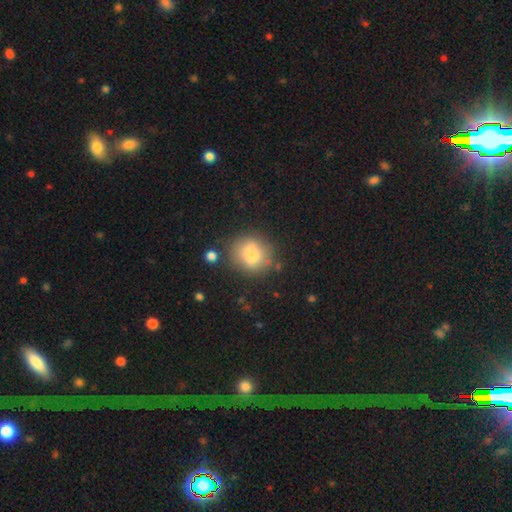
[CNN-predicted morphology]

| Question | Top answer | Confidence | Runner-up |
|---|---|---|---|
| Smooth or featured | smooth | 76% | featured or disk (14%) |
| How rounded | round | 81% | in between (18%) |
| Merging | none | 72% | minor disturbance (16%) |